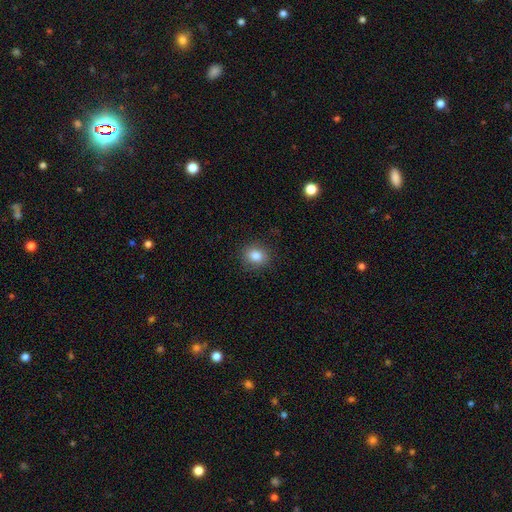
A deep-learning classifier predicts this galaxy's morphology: The model was most divided on "how rounded": round: 64%, in between: 35%, cigar-shaped: 1%. More confident: merging — none (88%); smooth or featured — smooth (83%).